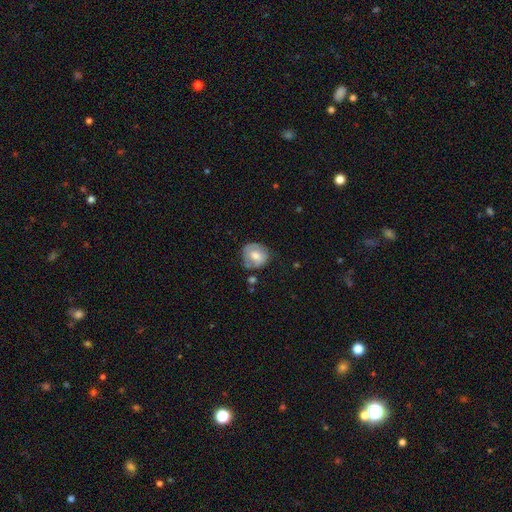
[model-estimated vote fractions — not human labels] smooth-or-featured: smooth: 57% | featured or disk: 36% | star or artifact: 7%
  how-rounded: round: 79% | in between: 20% | cigar-shaped: 1%
  merging: none: 63% | minor disturbance: 24% | major disturbance: 8% | merger: 5%